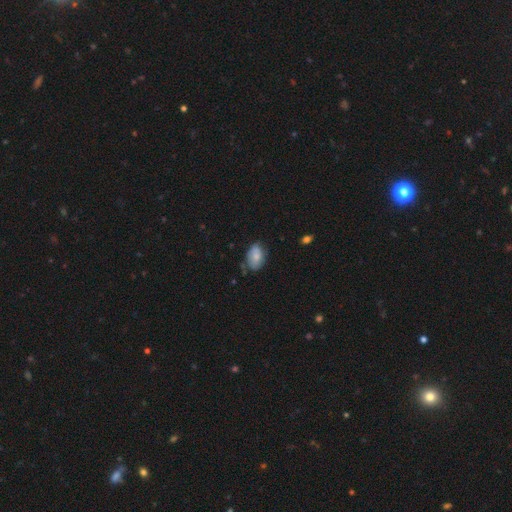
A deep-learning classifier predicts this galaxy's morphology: type=smooth (72%); roundness=in between (89%); merging=none (60%).